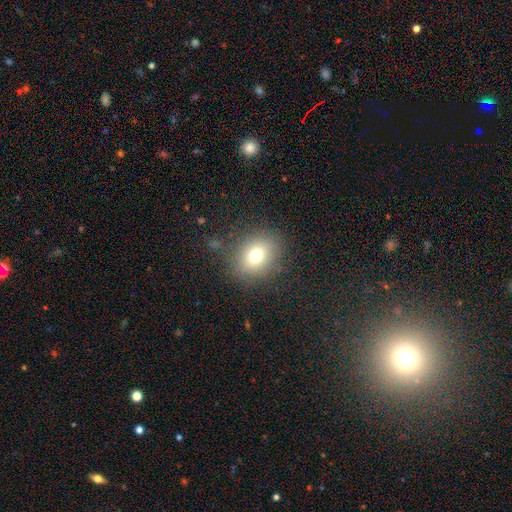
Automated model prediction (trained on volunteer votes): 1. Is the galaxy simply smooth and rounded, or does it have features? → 74% smooth, 13% star or artifact, 13% featured or disk.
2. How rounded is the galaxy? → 50% in between, 49% round, 1% cigar-shaped.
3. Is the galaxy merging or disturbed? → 82% none, 11% minor disturbance, 5% major disturbance, 2% merger.